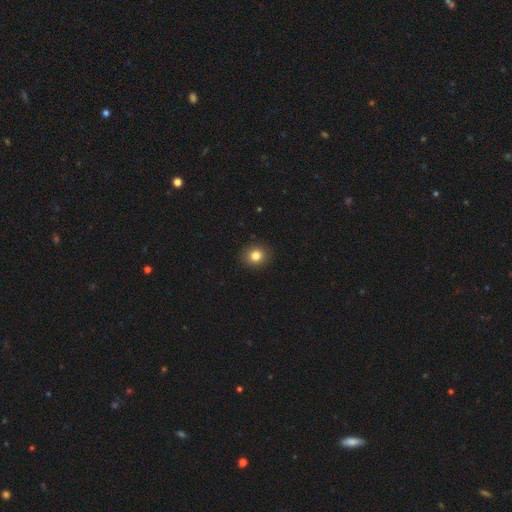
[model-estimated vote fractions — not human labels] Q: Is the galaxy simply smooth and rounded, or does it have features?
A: smooth — 82%.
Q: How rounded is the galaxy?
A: round — 81%.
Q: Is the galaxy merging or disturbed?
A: none — 91%.